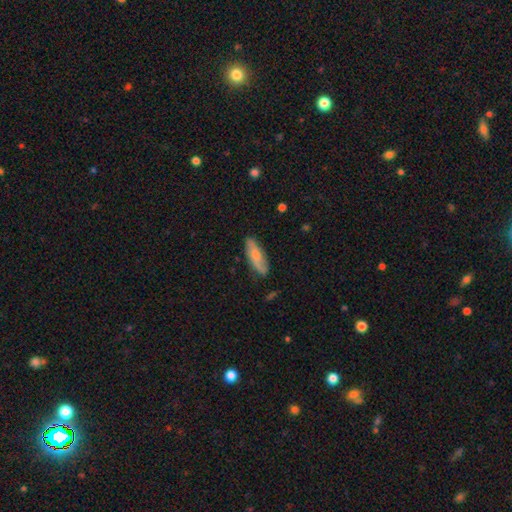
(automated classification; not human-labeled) This appears to be a smooth galaxy with no disk features (63%) that is in between round and cigar-shaped (55%). Merging: none (78%).